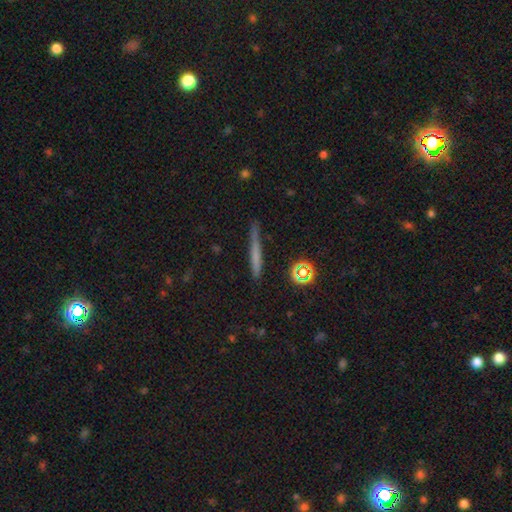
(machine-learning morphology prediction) Smooth or featured: smooth — 54% (featured or disk — 33%)
How rounded: cigar-shaped — 93% (in between — 4%)
Merging: none — 83% (minor disturbance — 12%)